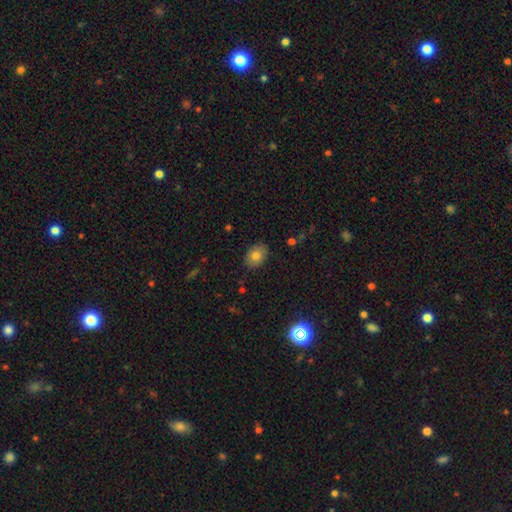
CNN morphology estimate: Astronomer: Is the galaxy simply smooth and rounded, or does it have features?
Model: smooth — 80%.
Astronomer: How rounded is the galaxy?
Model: in between — 74%.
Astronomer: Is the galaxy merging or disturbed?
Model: none — 86%.